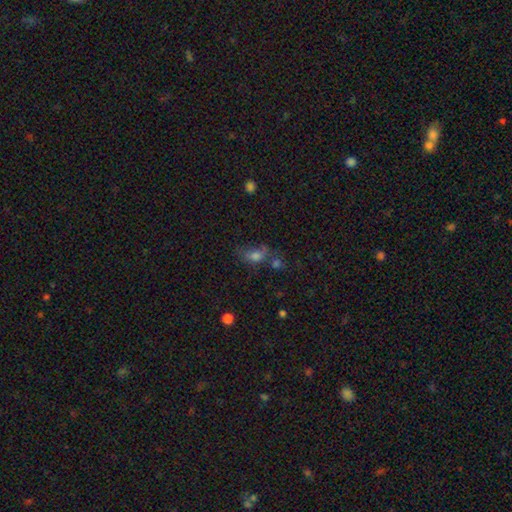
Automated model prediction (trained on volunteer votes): Smooth or featured? smooth (69%)
How rounded? in between (74%)
Merging? none (35%)